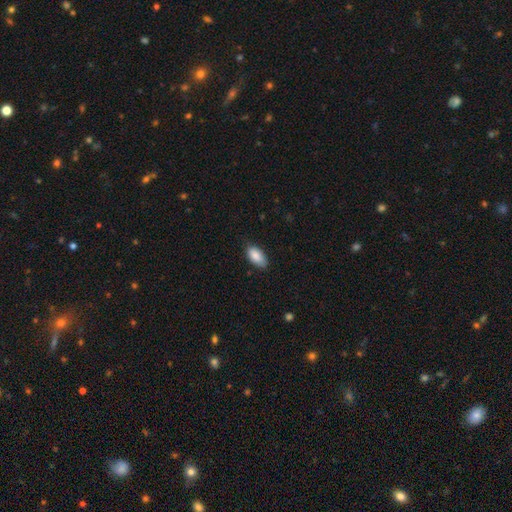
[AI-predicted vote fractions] Smooth or featured? Predicted: smooth (p=0.87). How rounded? Predicted: in between (p=0.94). Merging? Predicted: none (p=0.79).